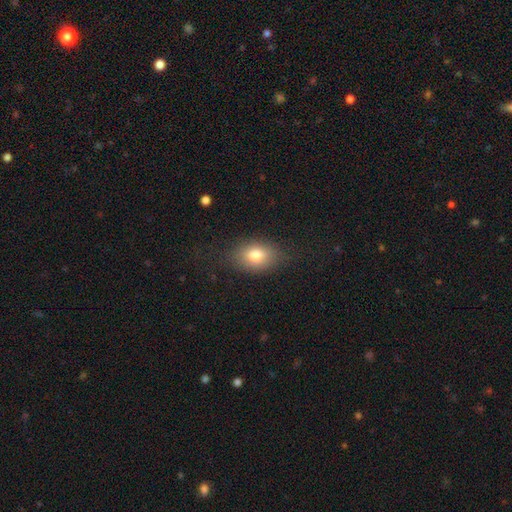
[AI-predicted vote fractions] Smooth or featured?
  - smooth: 76% *
  - featured or disk: 14%
  - star or artifact: 10%
How rounded?
  - in between: 77% *
  - round: 21%
  - cigar-shaped: 2%
Merging?
  - none: 78% *
  - minor disturbance: 15%
  - major disturbance: 6%
  - merger: 1%